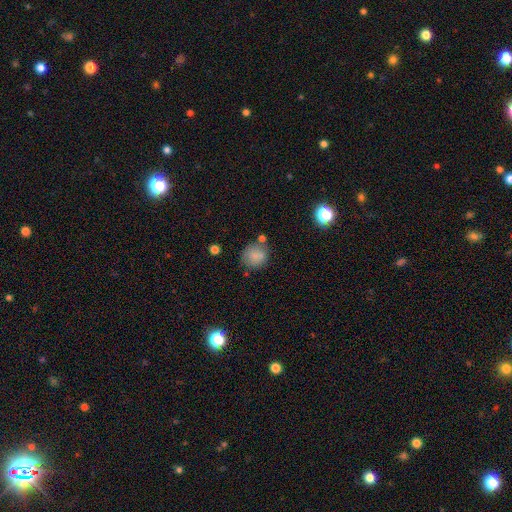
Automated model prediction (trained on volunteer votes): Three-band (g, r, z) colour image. It shows a smooth galaxy with no disk features (80%) that is round (81%). Merging: none (68%).